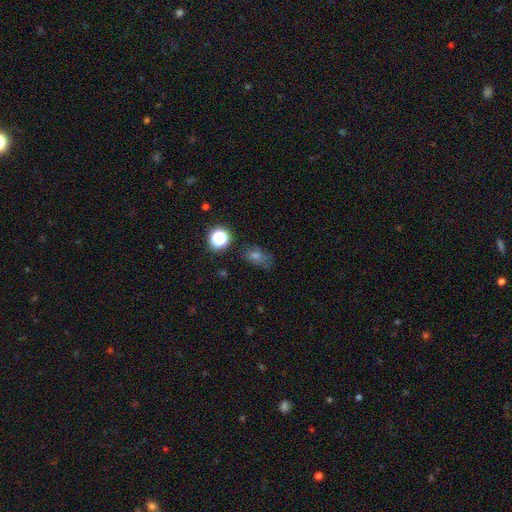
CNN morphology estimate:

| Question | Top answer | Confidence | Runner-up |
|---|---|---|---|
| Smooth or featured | smooth | 54% | star or artifact (31%) |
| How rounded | in between | 63% | round (34%) |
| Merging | none | 57% | minor disturbance (25%) |